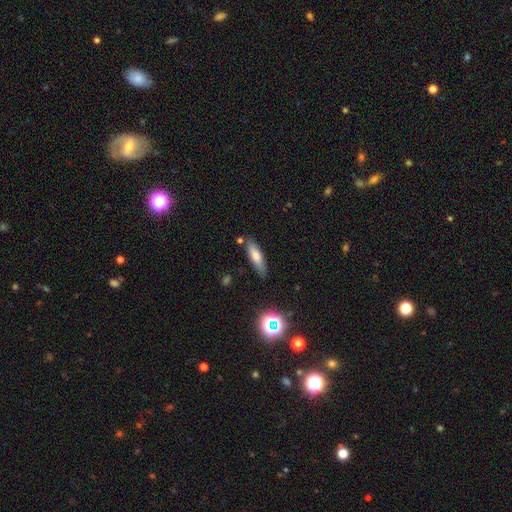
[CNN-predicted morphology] Smooth or featured: smooth — 72% (featured or disk — 19%)
How rounded: cigar-shaped — 60% (in between — 38%)
Merging: none — 79% (minor disturbance — 14%)